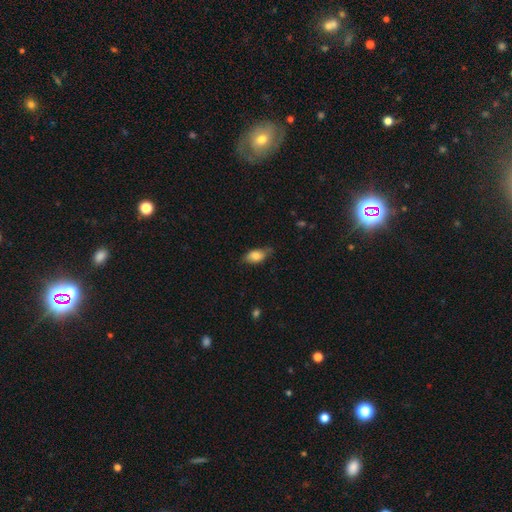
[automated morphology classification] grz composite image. It shows a smooth galaxy with no disk features (80%) that is in between round and cigar-shaped (89%). Merging: none (63%).